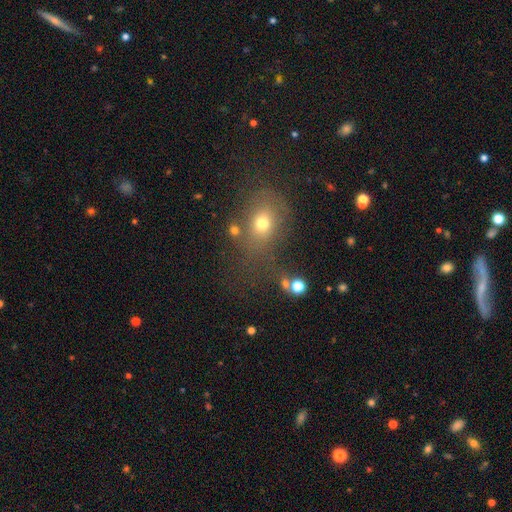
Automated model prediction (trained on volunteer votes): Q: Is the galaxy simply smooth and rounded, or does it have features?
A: smooth — 59%.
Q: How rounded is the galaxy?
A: in between — 50%.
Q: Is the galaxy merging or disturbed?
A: none — 72%.